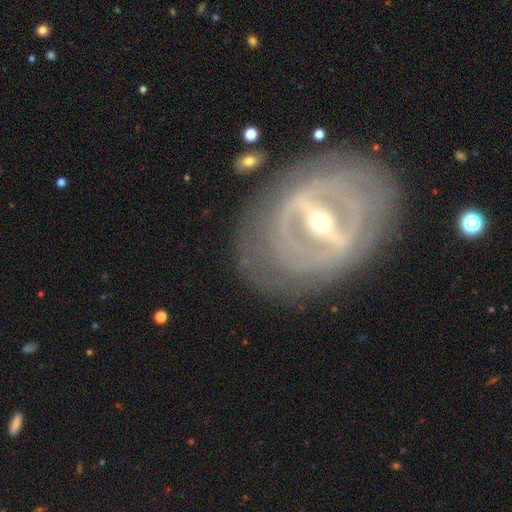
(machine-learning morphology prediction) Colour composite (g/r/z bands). It shows a featured or disk galaxy (87%) with a strong bar (80%), spiral arms (55%) and a moderate central bulge (57%). Merging: none (80%).